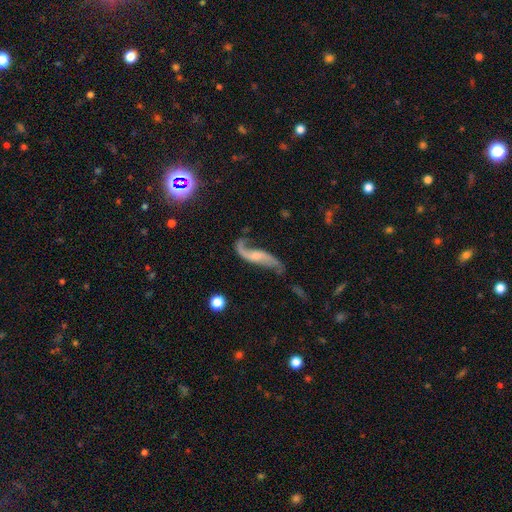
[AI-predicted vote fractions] Smooth or featured?
  - featured or disk: 83% *
  - smooth: 11%
  - star or artifact: 7%
Edge-on disk?
  - no: 87% *
  - yes: 13%
Bar?
  - no: 55% *
  - weak: 32%
  - strong: 12%
Spiral arms?
  - yes: 93% *
  - no: 7%
Spiral winding?
  - loose: 88% *
  - medium: 9%
  - tight: 3%
Spiral arm count?
  - 2: 87% *
  - 1: 8%
  - can't tell: 3%
  - 3: 1%
  - 4: 1%
  - more than 4: 1%
Bulge size?
  - small: 47% *
  - moderate: 29%
  - none: 19%
  - large: 4%
  - dominant: 2%
Merging?
  - none: 54% *
  - minor disturbance: 22%
  - major disturbance: 18%
  - merger: 6%